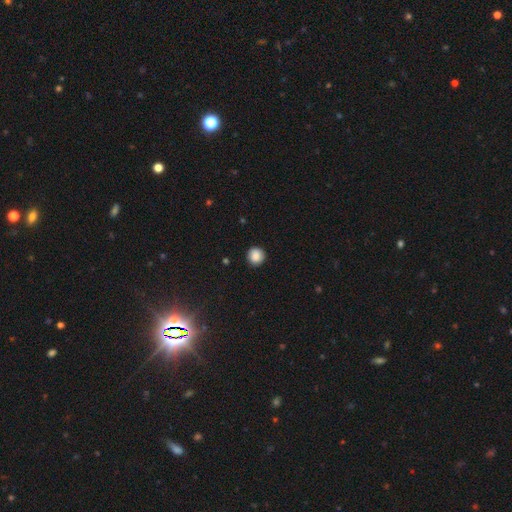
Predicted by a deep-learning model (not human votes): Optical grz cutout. It shows a smooth galaxy with no disk features (87%) that is round (94%). Merging: none (89%).